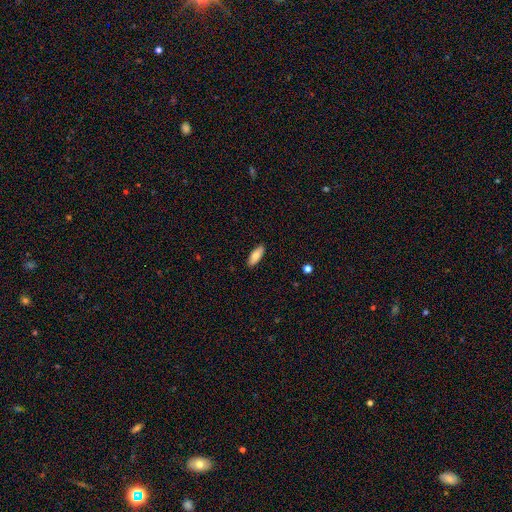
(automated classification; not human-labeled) This is likely a smooth galaxy (80%). How rounded: likely in between (76%). Merging: clearly none (89%).